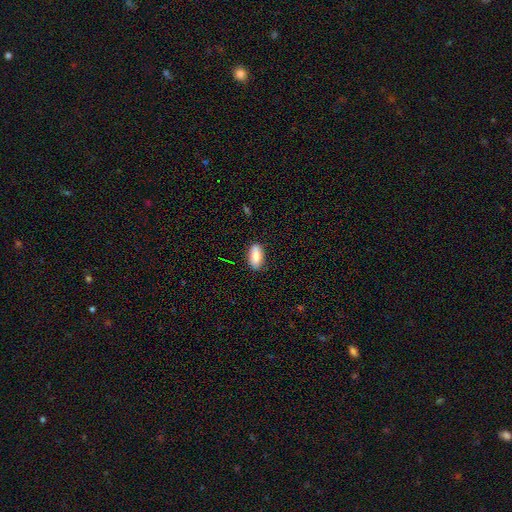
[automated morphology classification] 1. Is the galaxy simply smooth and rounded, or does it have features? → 83% smooth, 10% featured or disk, 7% star or artifact.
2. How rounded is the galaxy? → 89% in between, 7% cigar-shaped, 3% round.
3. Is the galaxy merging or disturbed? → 86% none, 11% minor disturbance, 2% major disturbance, 1% merger.